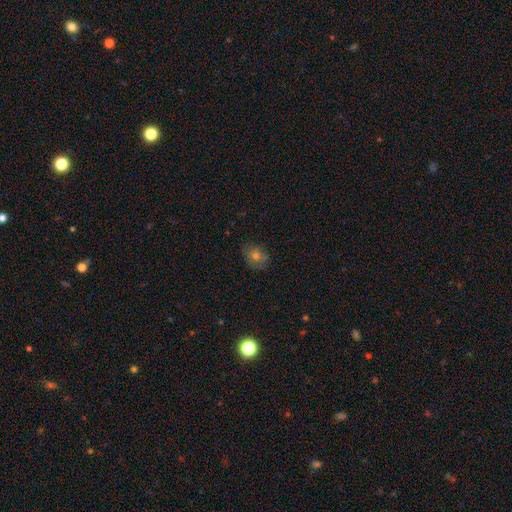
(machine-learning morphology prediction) A smooth galaxy with no disk features (59%) that is round (53%). Merging: none (75%).